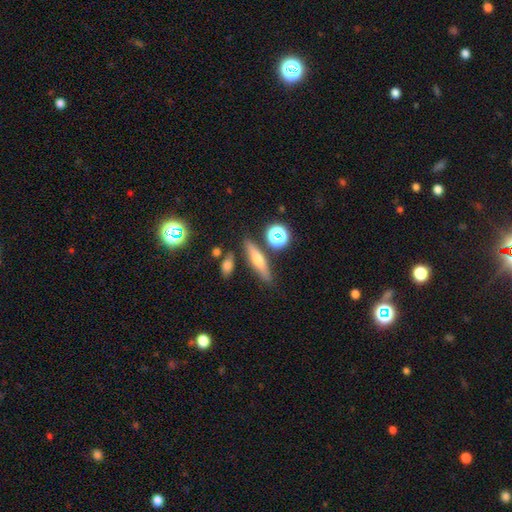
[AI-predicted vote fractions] Smooth or featured? Predicted: smooth (p=0.45). Merging? Predicted: none (p=0.80).